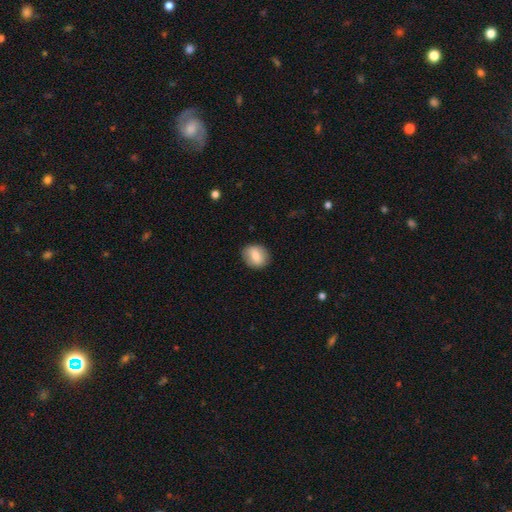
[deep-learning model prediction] This is likely a smooth galaxy (75%). How rounded: possibly round (58%). Merging: clearly none (87%).